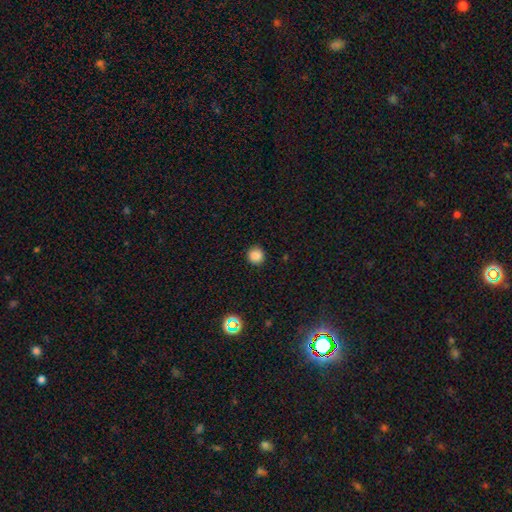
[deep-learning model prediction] A smooth galaxy with no disk features (85%) that is round (94%). Merging: none (92%).